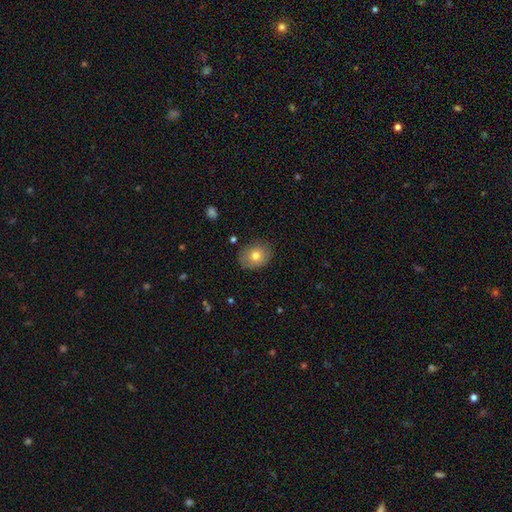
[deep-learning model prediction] Smooth or featured: smooth — 75% (featured or disk — 16%)
How rounded: in between — 50% (round — 49%)
Merging: none — 83% (minor disturbance — 13%)